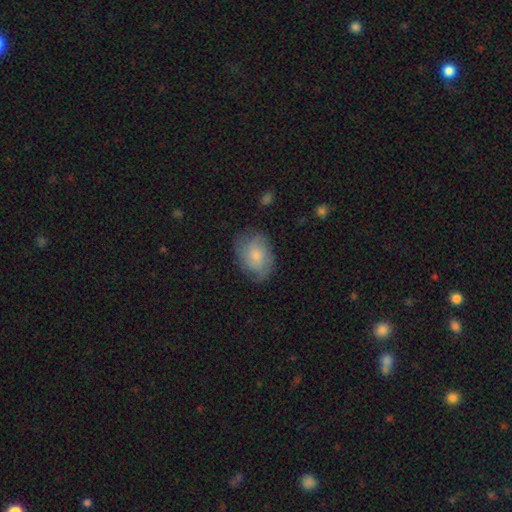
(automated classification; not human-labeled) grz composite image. It shows a smooth galaxy with no disk features (60%) that is in between round and cigar-shaped (75%). Merging: none (68%).